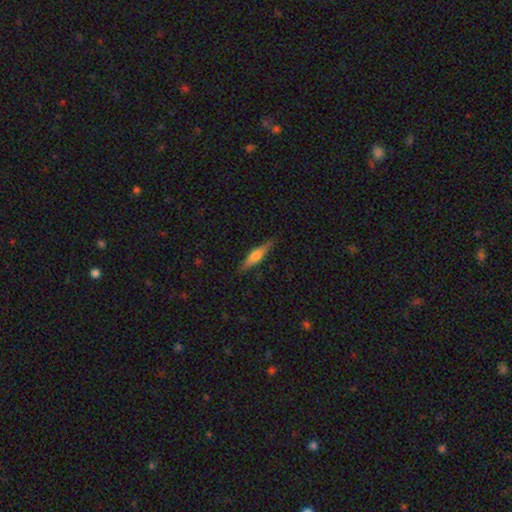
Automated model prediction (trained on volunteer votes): Smooth or featured: smooth — 56% (featured or disk — 38%)
How rounded: cigar-shaped — 77% (in between — 21%)
Merging: none — 86% (minor disturbance — 11%)